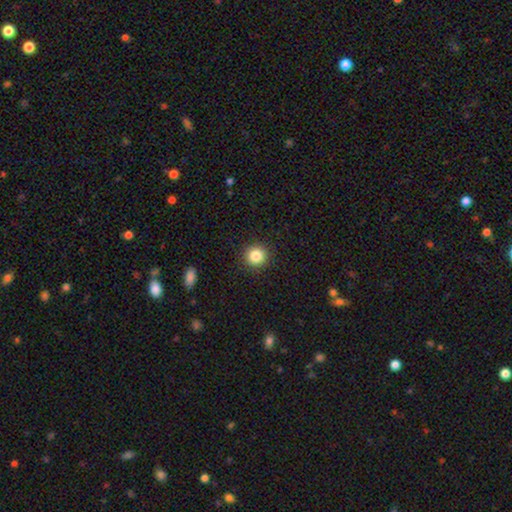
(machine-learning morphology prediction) A smooth galaxy with no disk features (85%) that is round (93%). Merging: none (92%).